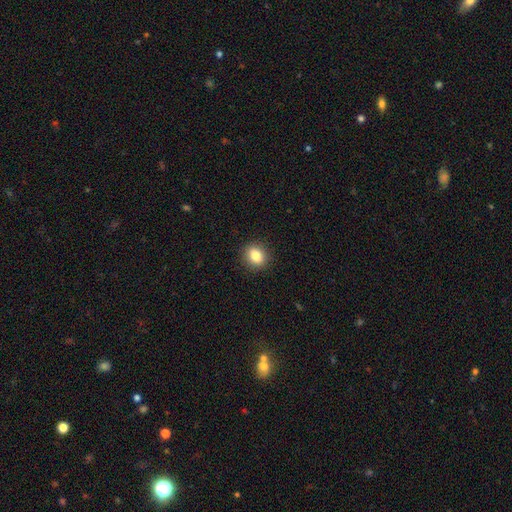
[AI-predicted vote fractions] Smooth or featured? Predicted: smooth (p=0.83). How rounded? Predicted: round (p=0.63). Merging? Predicted: none (p=0.90).